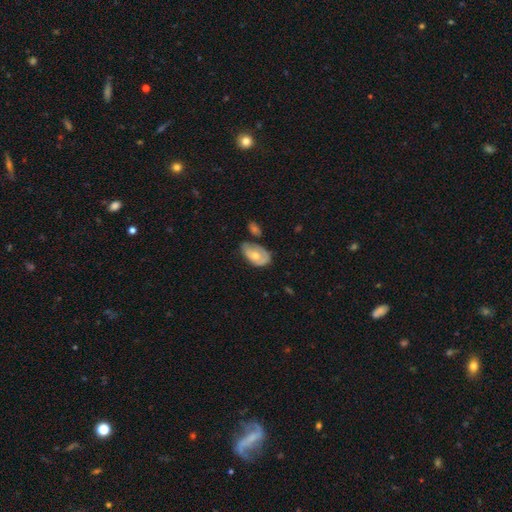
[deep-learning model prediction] Morphology: type=smooth (56%); roundness=in between (91%); merging=minor disturbance (38%).